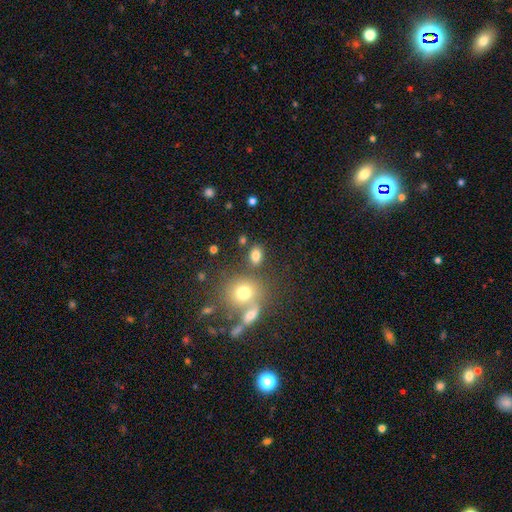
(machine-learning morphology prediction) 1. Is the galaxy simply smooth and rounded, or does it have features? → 78% smooth, 13% star or artifact, 9% featured or disk.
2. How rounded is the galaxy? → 74% in between, 24% round, 2% cigar-shaped.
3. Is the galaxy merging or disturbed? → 69% none, 15% merger, 11% minor disturbance, 5% major disturbance.